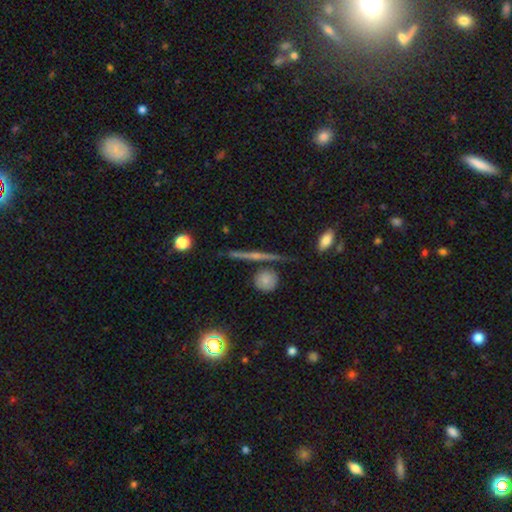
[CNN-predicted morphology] A featured or disk galaxy (38%).

Vote fractions:
- Smooth or featured? featured or disk: 38% / smooth: 33% / star or artifact: 30%
- Merging? none: 76% / minor disturbance: 9% / merger: 9% / major disturbance: 5%